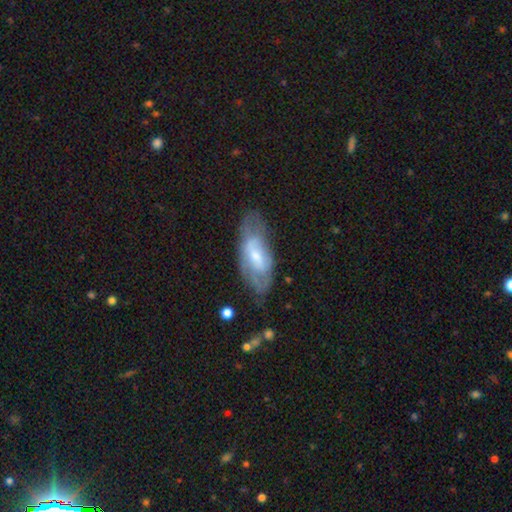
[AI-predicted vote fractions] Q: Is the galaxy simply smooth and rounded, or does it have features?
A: featured or disk — 58%.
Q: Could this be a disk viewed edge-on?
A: no — 87%.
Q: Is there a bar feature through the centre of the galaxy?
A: weak — 43%.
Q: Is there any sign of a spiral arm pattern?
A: yes — 61%.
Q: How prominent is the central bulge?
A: small — 45%.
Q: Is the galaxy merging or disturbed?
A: none — 57%.